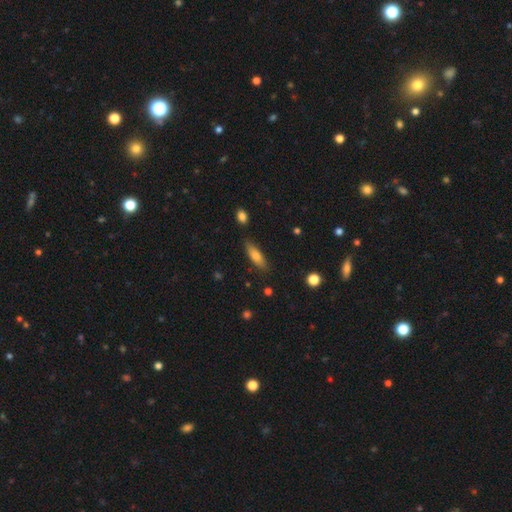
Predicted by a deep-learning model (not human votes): A smooth galaxy with no disk features (74%) that is cigar-shaped (50%). Merging: none (83%).